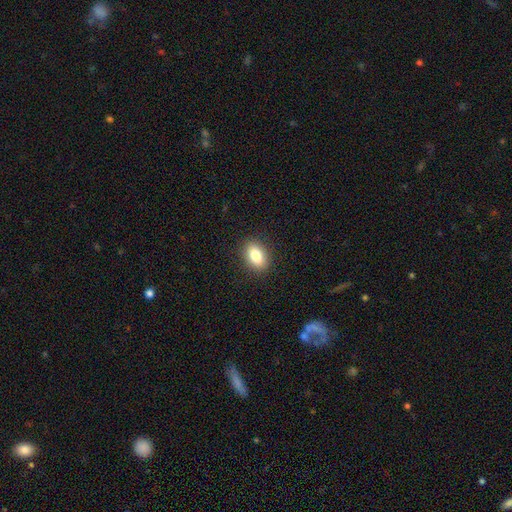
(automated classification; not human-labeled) This is clearly a smooth galaxy (82%). How rounded: clearly in between (83%). Merging: clearly none (89%).